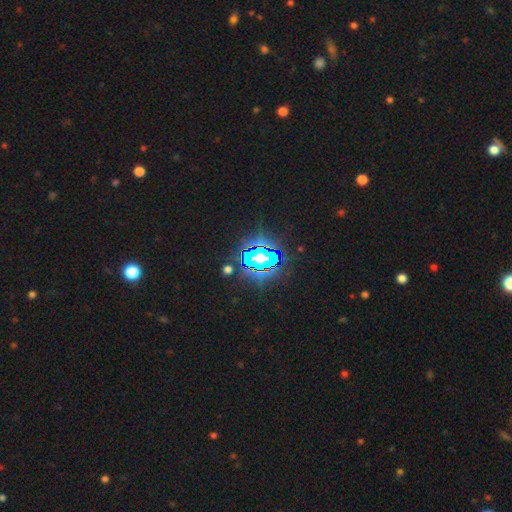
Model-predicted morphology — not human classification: Smooth or featured? Predicted: star or artifact (p=0.83).